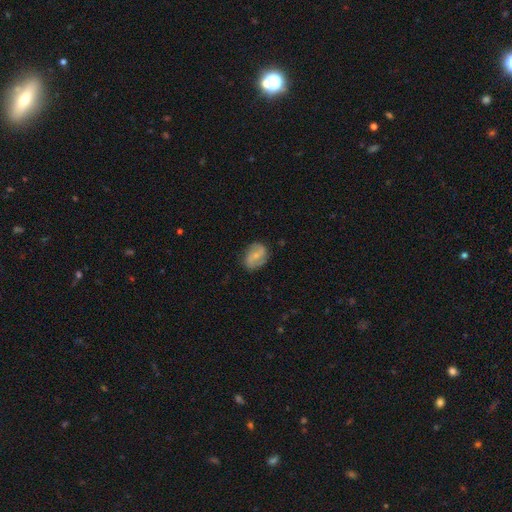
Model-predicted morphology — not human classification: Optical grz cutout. It shows a featured or disk galaxy (57%) with a weak bar (42%), spiral arms (86%) and a small central bulge (59%). Merging: none (78%).